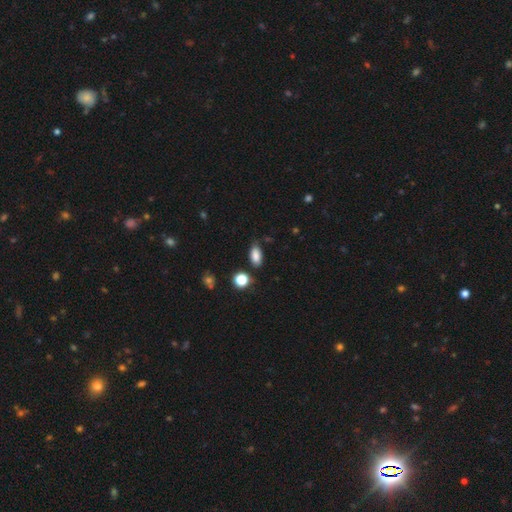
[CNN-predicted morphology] A smooth galaxy with no disk features (85%) that is in between round and cigar-shaped (88%).

Vote fractions:
- Smooth or featured? smooth: 85% / star or artifact: 9% / featured or disk: 6%
- How rounded? in between: 88% / cigar-shaped: 7% / round: 5%
- Merging? none: 74% / minor disturbance: 19% / major disturbance: 4% / merger: 4%